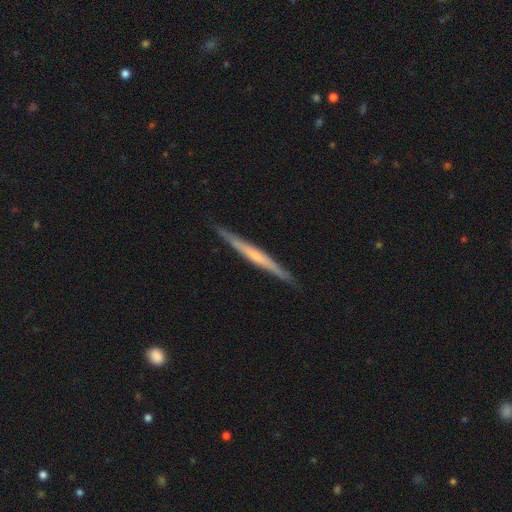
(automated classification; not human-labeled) This is likely a featured or disk galaxy (61%). It is clearly viewed edge-on (97%). Edge-on bulge: likely none (61%). Merging: clearly none (90%).